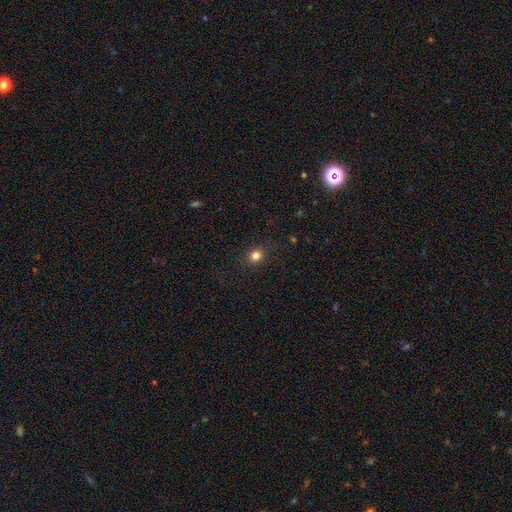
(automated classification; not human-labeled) Overall: smooth (82%). How rounded: round (79%). Merging: none (90%).